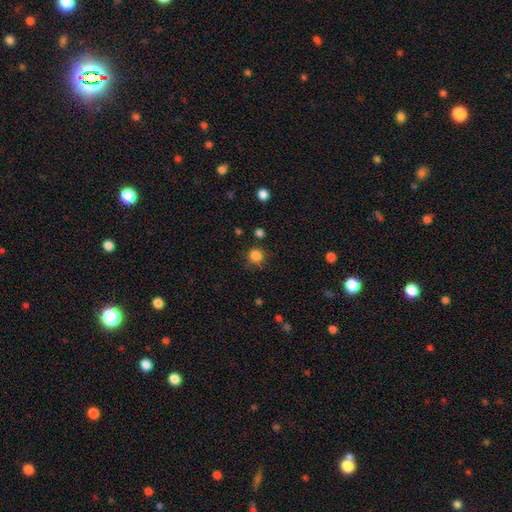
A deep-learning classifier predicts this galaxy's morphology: This appears to be a smooth galaxy with no disk features (84%) that is round (93%). Merging: none (81%).